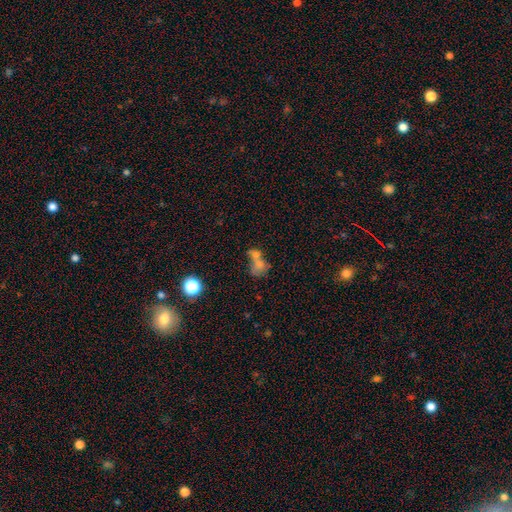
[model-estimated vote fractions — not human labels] Smooth or featured: smooth — 64% (featured or disk — 20%)
How rounded: in between — 50% (round — 47%)
Merging: merger — 64% (none — 20%)